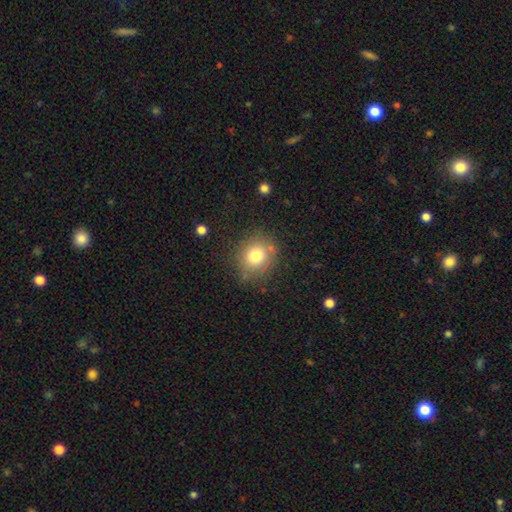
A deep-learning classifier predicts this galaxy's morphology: Smooth or featured? Predicted: smooth (p=0.76). How rounded? Predicted: round (p=0.79). Merging? Predicted: none (p=0.78).